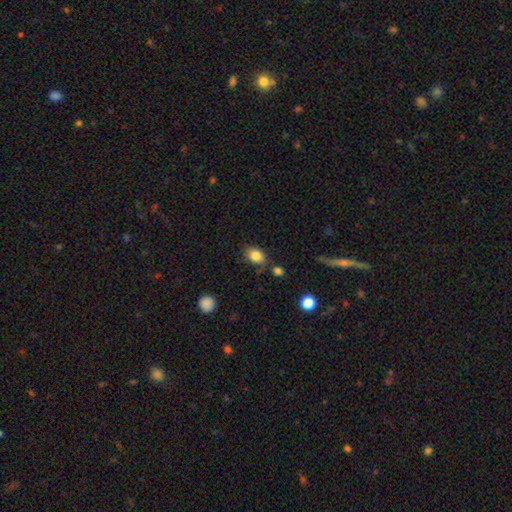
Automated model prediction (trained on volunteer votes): This is clearly a smooth galaxy (84%). How rounded: clearly in between (80%). Merging: likely none (72%).